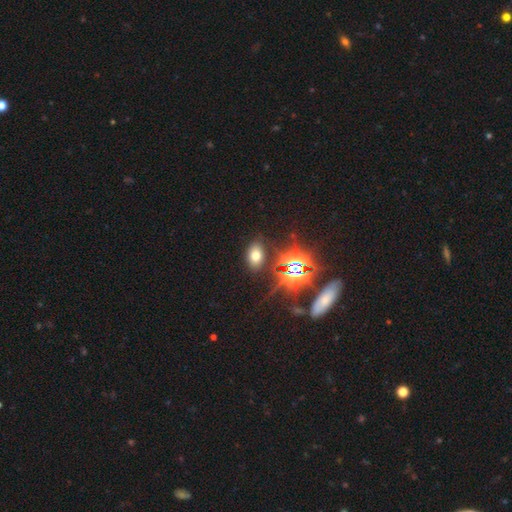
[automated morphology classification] Overall: smooth (60%; star or artifact 30%). How rounded: in between (86%). Merging: none (86%).